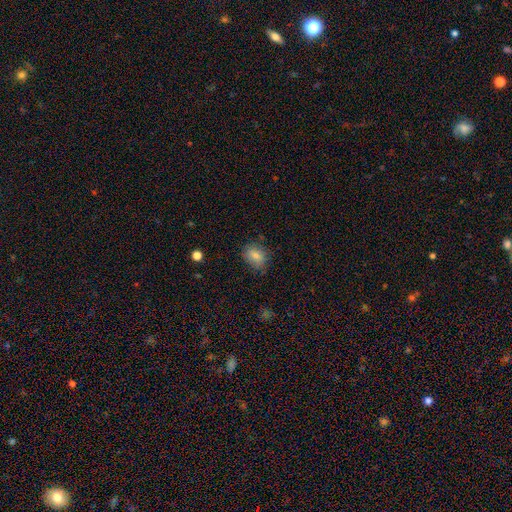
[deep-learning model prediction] This is clearly a smooth galaxy (81%). How rounded: possibly in between (58%). Merging: likely none (73%).